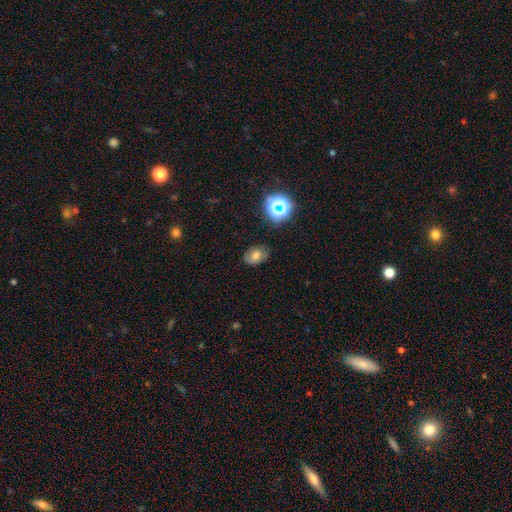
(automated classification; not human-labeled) A smooth galaxy with no disk features (61%) that is in between round and cigar-shaped (70%).

Vote fractions:
- Smooth or featured? smooth: 61% / featured or disk: 22% / star or artifact: 17%
- How rounded? in between: 70% / round: 29% / cigar-shaped: 1%
- Merging? none: 74% / minor disturbance: 19% / major disturbance: 5% / merger: 2%